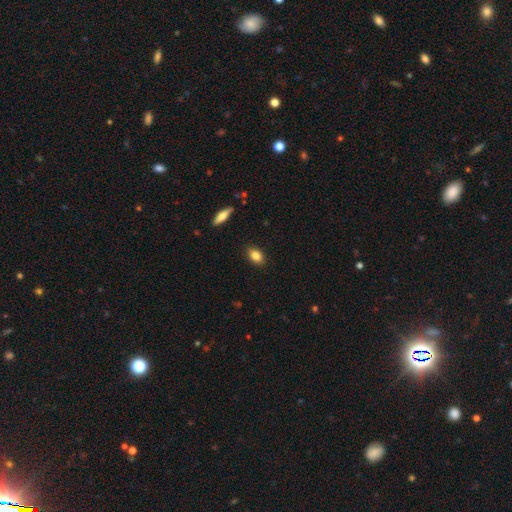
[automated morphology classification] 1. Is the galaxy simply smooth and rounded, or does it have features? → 84% smooth, 8% star or artifact, 7% featured or disk.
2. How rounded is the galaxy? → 85% in between, 12% round, 4% cigar-shaped.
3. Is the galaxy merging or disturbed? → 87% none, 9% minor disturbance, 2% major disturbance, 1% merger.